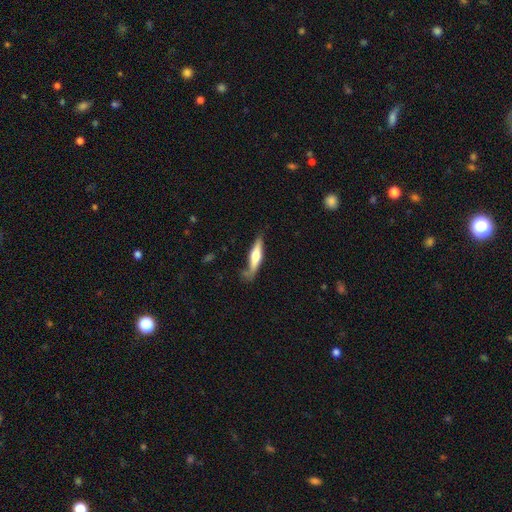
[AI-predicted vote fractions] Overall: smooth (49%; featured or disk 46%). Merging: none (61%; minor disturbance 26%).